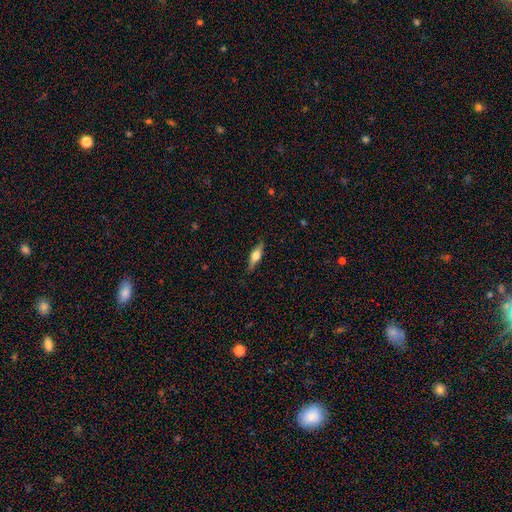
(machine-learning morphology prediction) The model was most divided on "smooth or featured": featured or disk: 50%, smooth: 43%, star or artifact: 6%. More confident: edge-on disk — yes (93%); merging — none (85%).